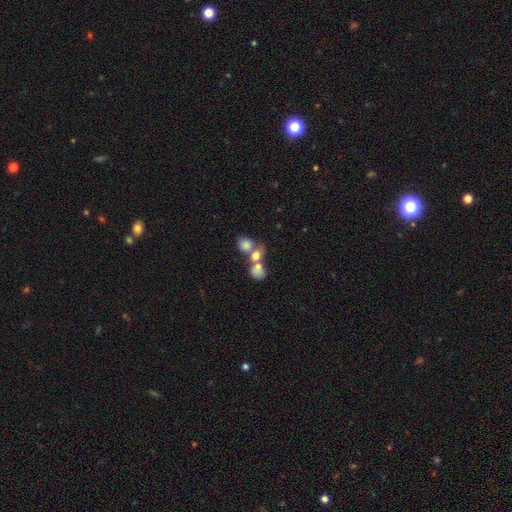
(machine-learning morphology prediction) Smooth or featured: smooth — 73% (featured or disk — 16%)
How rounded: round — 58% (in between — 40%)
Merging: merger — 59% (none — 27%)